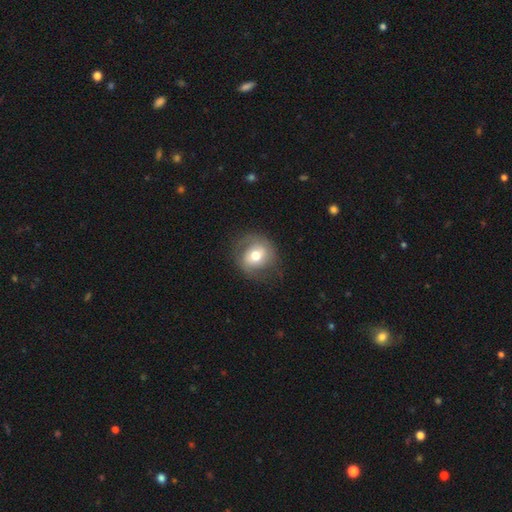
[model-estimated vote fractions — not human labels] Morphology: type=smooth (56%); roundness=round (79%); merging=none (71%).